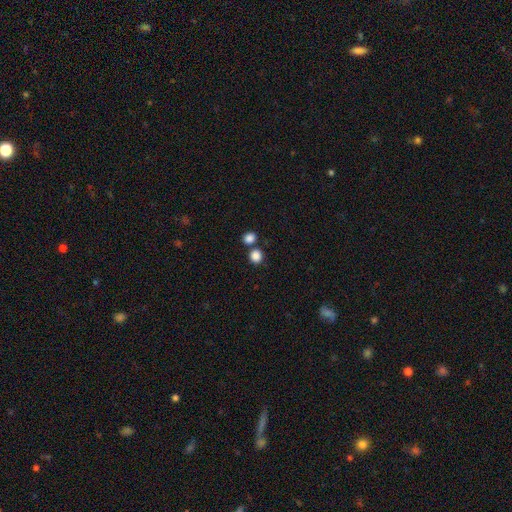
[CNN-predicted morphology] A smooth galaxy with no disk features (86%) that is round (83%). Merging: none (67%).